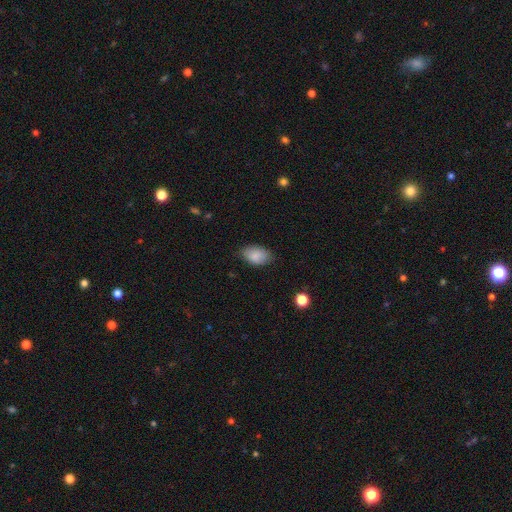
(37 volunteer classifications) Q: Smooth or featured?
A: smooth (92%); runner-up: star or artifact (5%)
Q: How rounded?
A: in between (97%); runner-up: round (3%)
Q: Merging?
A: none (63%); runner-up: minor disturbance (29%)